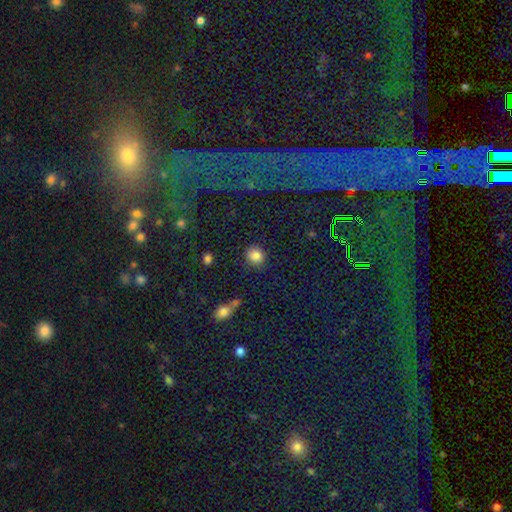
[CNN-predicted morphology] Smooth or featured? Predicted: smooth (p=0.85). How rounded? Predicted: round (p=0.79). Merging? Predicted: none (p=0.86).